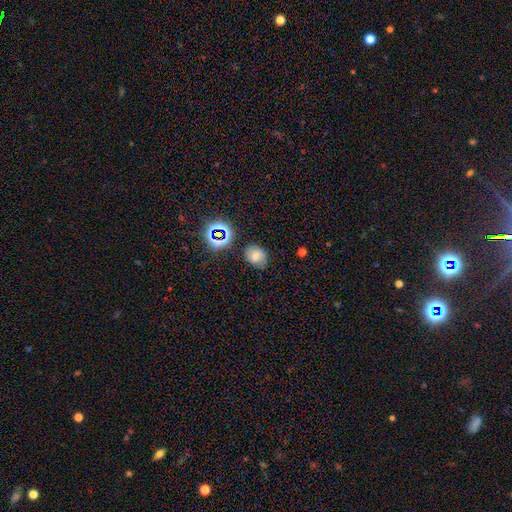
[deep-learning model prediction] This appears to be a smooth galaxy with no disk features (65%) that is round (59%). Merging: none (74%).